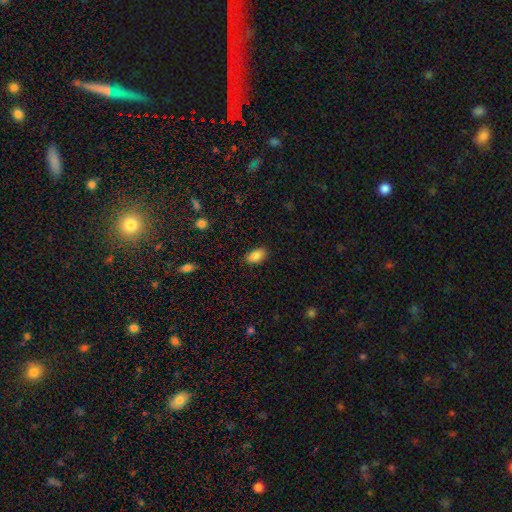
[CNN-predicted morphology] Smooth or featured?
  - smooth: 88% *
  - star or artifact: 8%
  - featured or disk: 4%
How rounded?
  - in between: 93% *
  - round: 5%
  - cigar-shaped: 2%
Merging?
  - none: 86% *
  - minor disturbance: 10%
  - major disturbance: 3%
  - merger: 1%